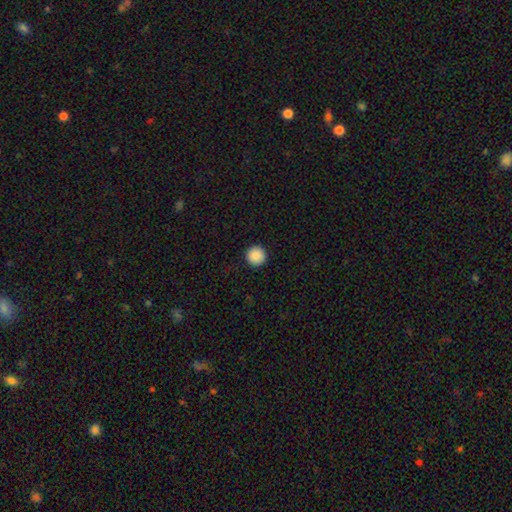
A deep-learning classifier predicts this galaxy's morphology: Overall: smooth (89%). How rounded: round (96%). Merging: none (94%).